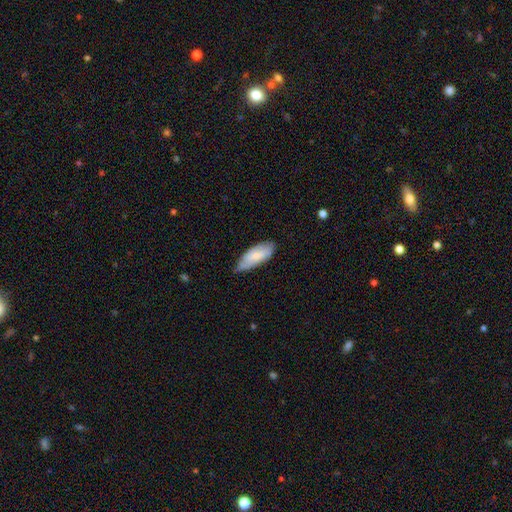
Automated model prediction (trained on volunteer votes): Q: Smooth or featured?
A: smooth (71%); runner-up: featured or disk (23%)
Q: How rounded?
A: in between (78%); runner-up: cigar-shaped (20%)
Q: Merging?
A: none (59%); runner-up: minor disturbance (34%)